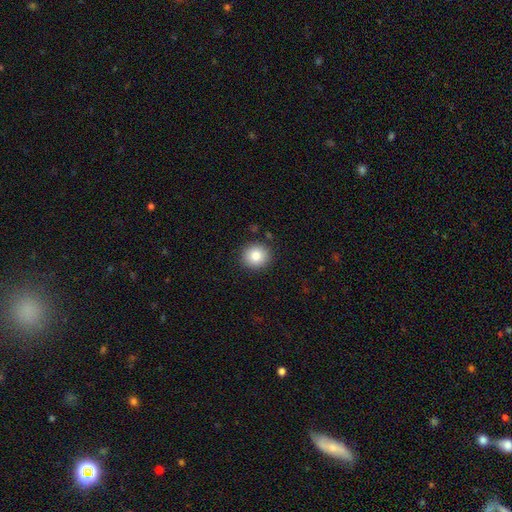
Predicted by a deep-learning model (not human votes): Q: Smooth or featured?
A: smooth (84%); runner-up: star or artifact (9%)
Q: How rounded?
A: round (87%); runner-up: in between (12%)
Q: Merging?
A: none (90%); runner-up: minor disturbance (7%)